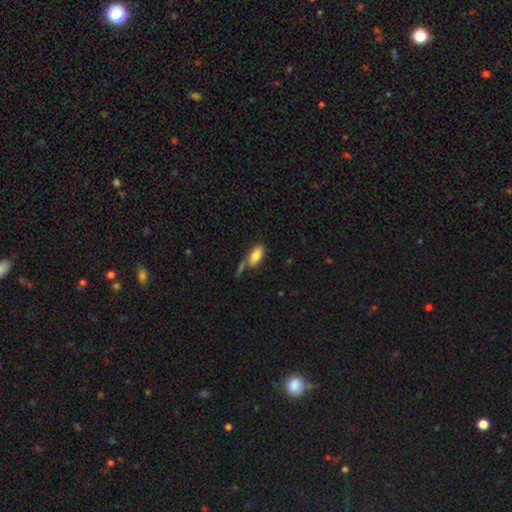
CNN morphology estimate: Q: Smooth or featured?
A: smooth (82%); runner-up: featured or disk (11%)
Q: How rounded?
A: in between (91%); runner-up: cigar-shaped (5%)
Q: Merging?
A: none (52%); runner-up: merger (20%)